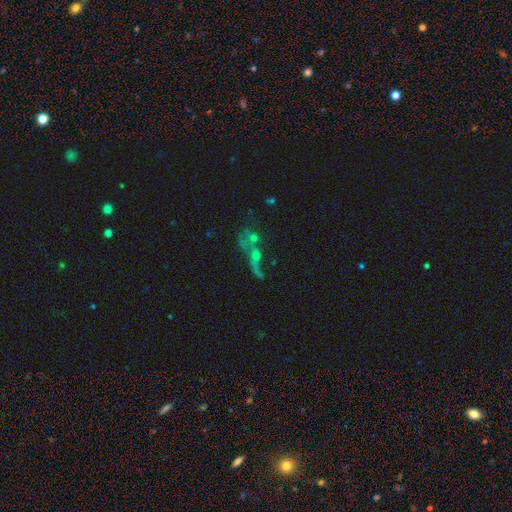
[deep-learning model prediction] featured or disk 46%, smooth 32%, star or artifact 22%. Down the decision tree: merging — merger (55%).